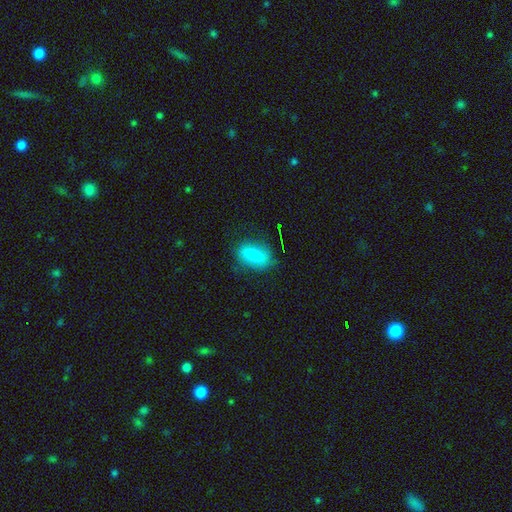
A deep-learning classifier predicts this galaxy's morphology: smooth-or-featured: smooth: 78% | featured or disk: 14% | star or artifact: 8%
  how-rounded: in between: 80% | cigar-shaped: 12% | round: 7%
  merging: none: 76% | minor disturbance: 18% | major disturbance: 5% | merger: 2%